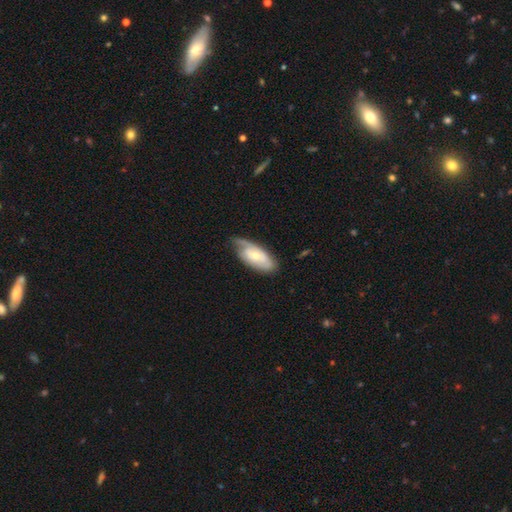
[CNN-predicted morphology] Smooth or featured: featured or disk — 60% (smooth — 35%)
Edge-on disk: no — 89% (yes — 11%)
Bar: no — 68% (weak — 26%)
Spiral arms: yes — 80% (no — 20%)
Bulge size: moderate — 50% (small — 44%)
Merging: none — 57% (minor disturbance — 31%)